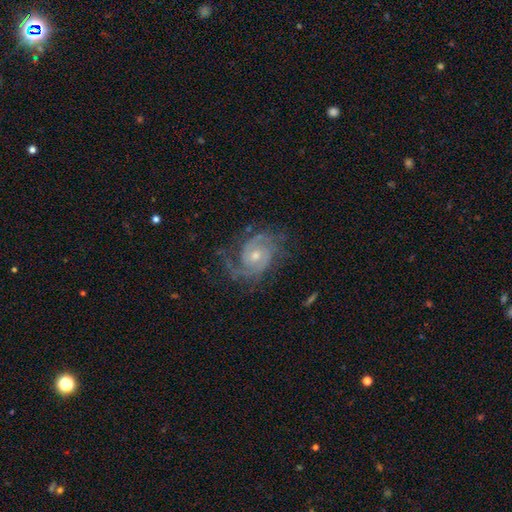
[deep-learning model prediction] smooth-or-featured: featured or disk: 89% | smooth: 6% | star or artifact: 5%
  disk-edge-on: no: 98% | yes: 2%
    bar: no: 63% | weak: 31% | strong: 6%
    has-spiral-arms: yes: 97% | no: 3%
      spiral-winding: tight: 50% | medium: 40% | loose: 9%
      spiral-arm-count: 2: 69% | can't tell: 11% | 3: 11% | 1: 4% | 4: 3% | more than 4: 3%
    bulge-size: moderate: 56% | small: 40% | large: 2% | none: 1% | dominant: 1%
  merging: none: 68% | minor disturbance: 20% | major disturbance: 11% | merger: 1%